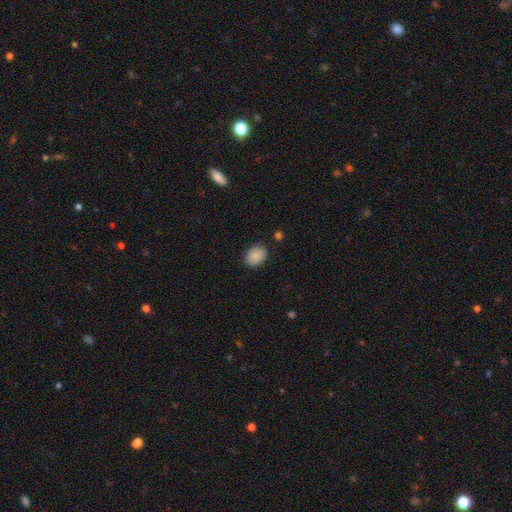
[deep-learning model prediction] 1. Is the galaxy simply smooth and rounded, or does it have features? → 88% smooth, 7% star or artifact, 5% featured or disk.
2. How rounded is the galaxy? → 60% in between, 39% round, 1% cigar-shaped.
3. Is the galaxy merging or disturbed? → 85% none, 11% minor disturbance, 2% major disturbance, 2% merger.